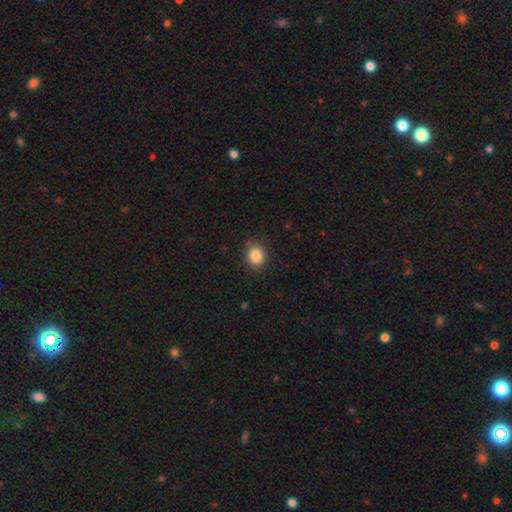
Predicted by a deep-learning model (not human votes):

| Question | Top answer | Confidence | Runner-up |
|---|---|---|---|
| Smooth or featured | smooth | 85% | star or artifact (10%) |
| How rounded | round | 73% | in between (26%) |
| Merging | none | 86% | minor disturbance (10%) |